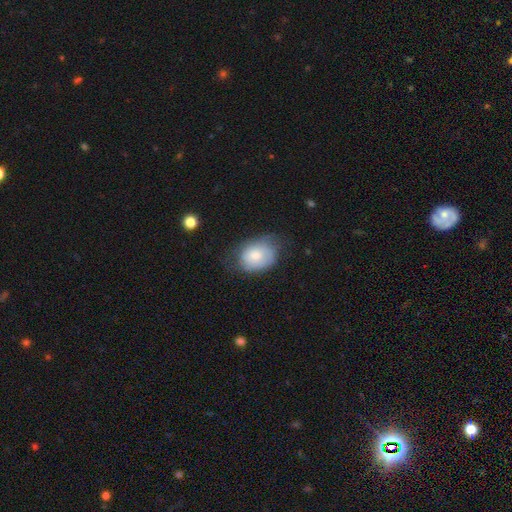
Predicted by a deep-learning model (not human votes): Q: Smooth or featured?
A: smooth (68%); runner-up: featured or disk (24%)
Q: How rounded?
A: in between (67%); runner-up: round (33%)
Q: Merging?
A: none (52%); runner-up: minor disturbance (33%)